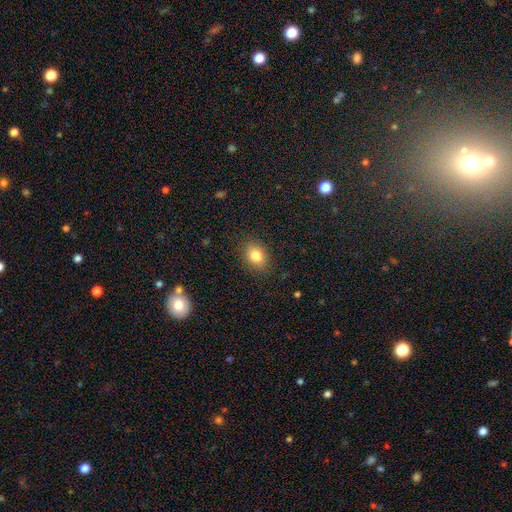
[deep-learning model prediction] smooth-or-featured: smooth: 83% | star or artifact: 9% | featured or disk: 7%
  how-rounded: in between: 69% | round: 30% | cigar-shaped: 1%
  merging: none: 87% | minor disturbance: 9% | major disturbance: 3% | merger: 1%